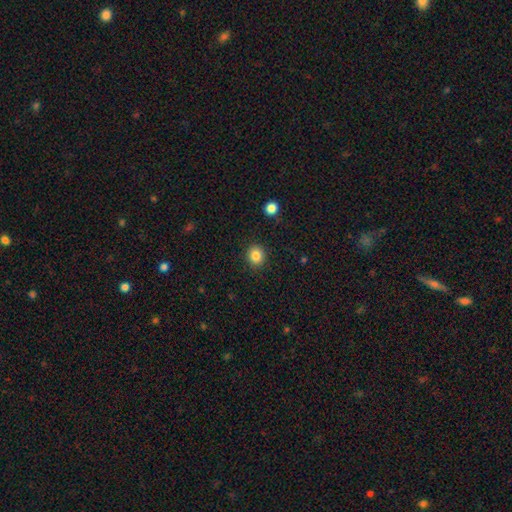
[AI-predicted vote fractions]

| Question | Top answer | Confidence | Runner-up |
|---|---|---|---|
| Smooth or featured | smooth | 84% | star or artifact (11%) |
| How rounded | round | 86% | in between (14%) |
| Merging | none | 91% | minor disturbance (6%) |